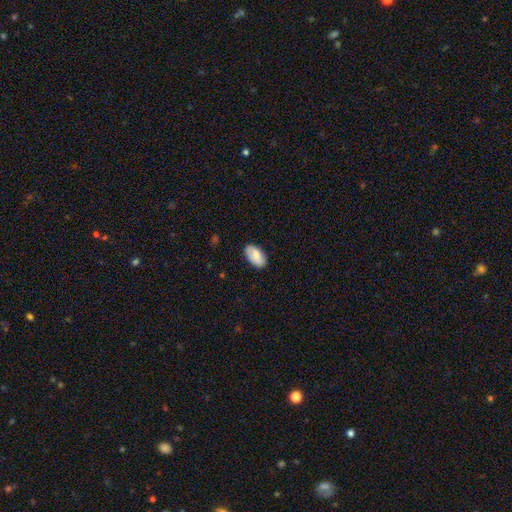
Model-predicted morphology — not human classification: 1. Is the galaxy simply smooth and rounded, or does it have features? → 80% smooth, 14% featured or disk, 6% star or artifact.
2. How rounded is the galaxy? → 95% in between, 3% round, 2% cigar-shaped.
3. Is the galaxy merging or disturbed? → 86% none, 11% minor disturbance, 2% major disturbance, 1% merger.